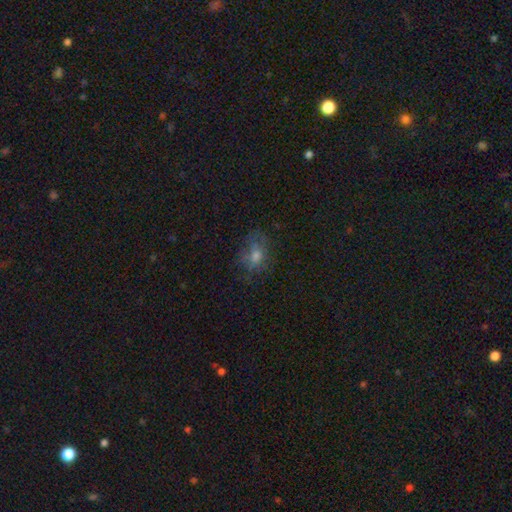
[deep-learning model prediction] Smooth or featured? smooth (55%)
How rounded? in between (58%)
Merging? none (56%)